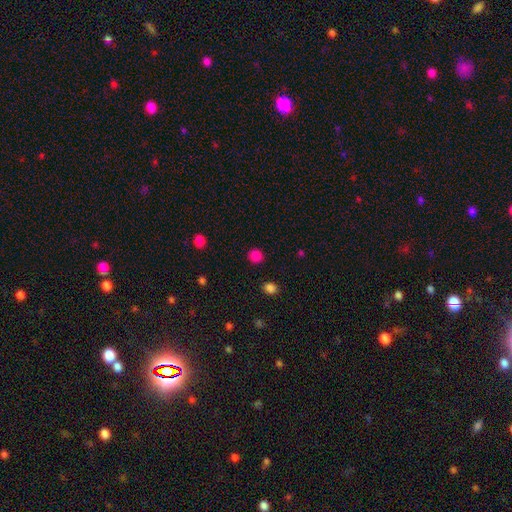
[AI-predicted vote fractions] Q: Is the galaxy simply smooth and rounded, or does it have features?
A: smooth — 83%.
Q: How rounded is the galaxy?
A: round — 88%.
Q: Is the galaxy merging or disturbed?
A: none — 89%.